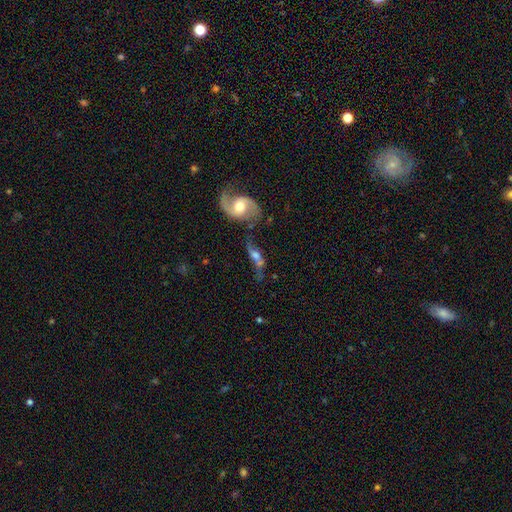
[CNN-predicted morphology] Overall: featured or disk (60%; smooth 30%). Edge-on disk: no (77%). Merging: none (34%; merger 31%).